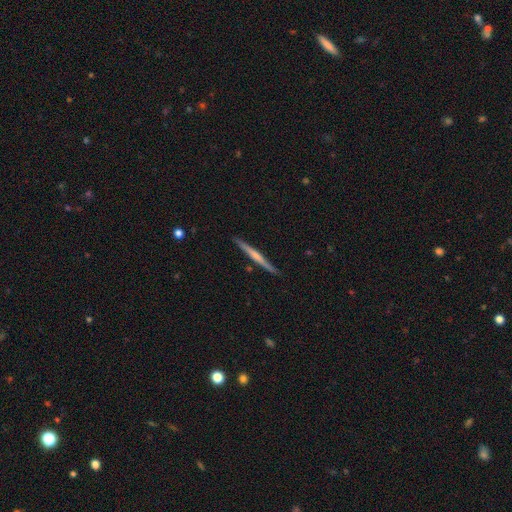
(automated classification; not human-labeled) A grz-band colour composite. It shows a featured or disk galaxy (58%) viewed edge-on (98%) with no central bulge (54%). Merging: none (90%).